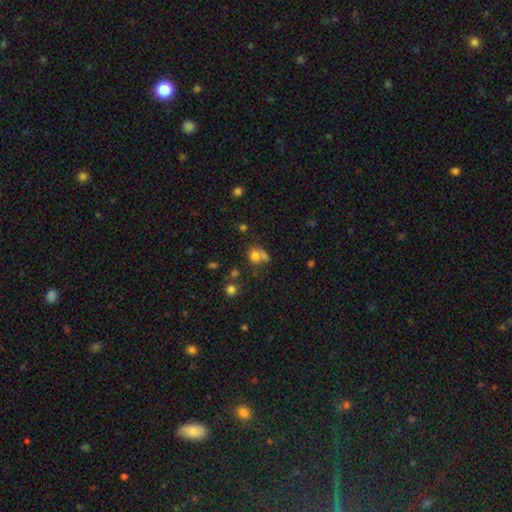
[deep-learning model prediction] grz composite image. It shows a smooth galaxy with no disk features (72%) that is round (70%). Merging: merger (42%).